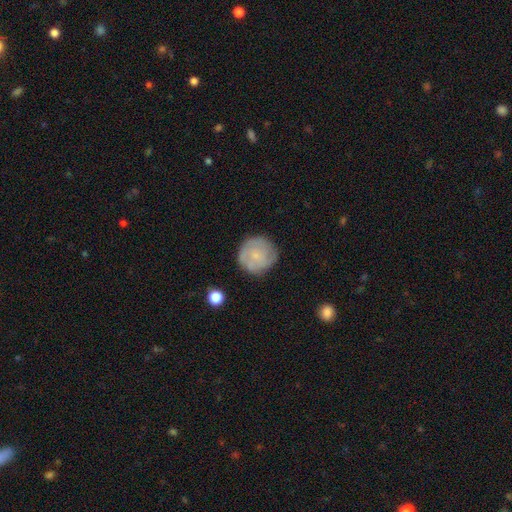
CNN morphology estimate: This is possibly a smooth galaxy (51%). How rounded: clearly round (93%). Merging: likely none (77%).